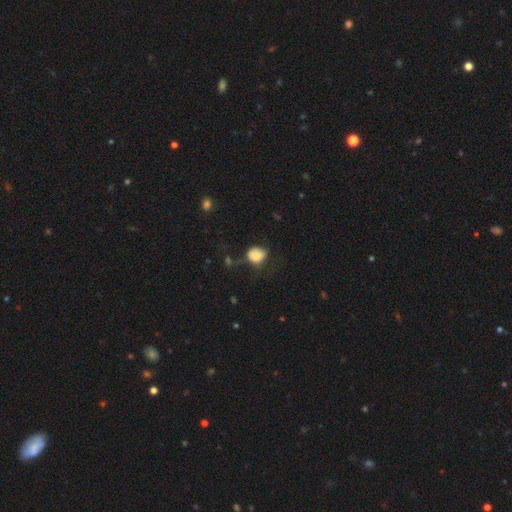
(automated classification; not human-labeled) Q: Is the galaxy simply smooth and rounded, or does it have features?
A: smooth — 79%.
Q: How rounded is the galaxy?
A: round — 56%.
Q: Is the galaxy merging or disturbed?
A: none — 42%.